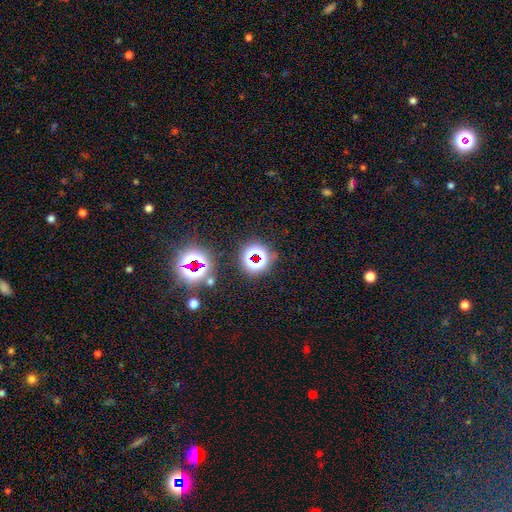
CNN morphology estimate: Smooth or featured? Predicted: star or artifact (p=0.68).